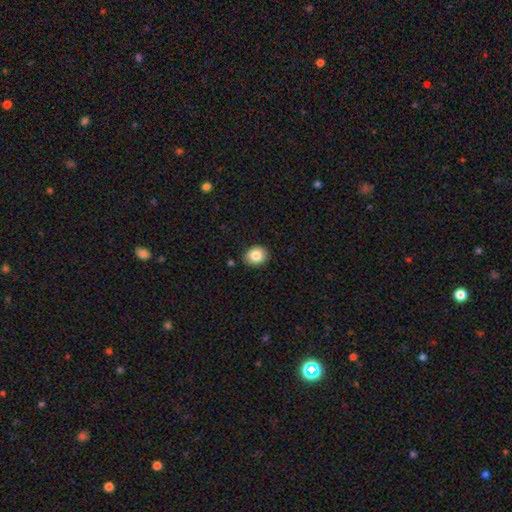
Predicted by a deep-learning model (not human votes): Q: Smooth or featured?
A: smooth (84%); runner-up: star or artifact (9%)
Q: How rounded?
A: round (55%); runner-up: in between (44%)
Q: Merging?
A: none (87%); runner-up: minor disturbance (10%)